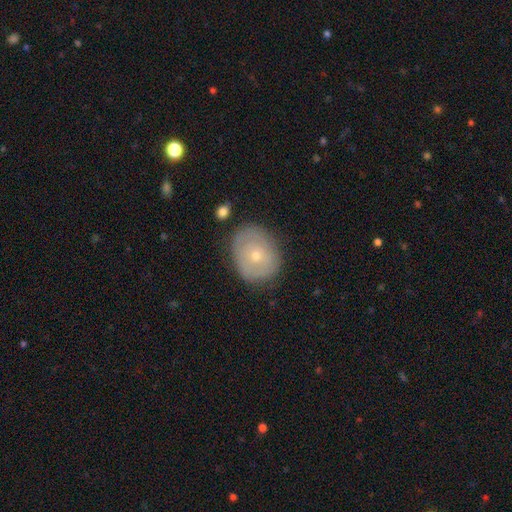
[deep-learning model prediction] The model was most divided on "smooth or featured": smooth: 48%, featured or disk: 45%, star or artifact: 8%. More confident: merging — none (76%).